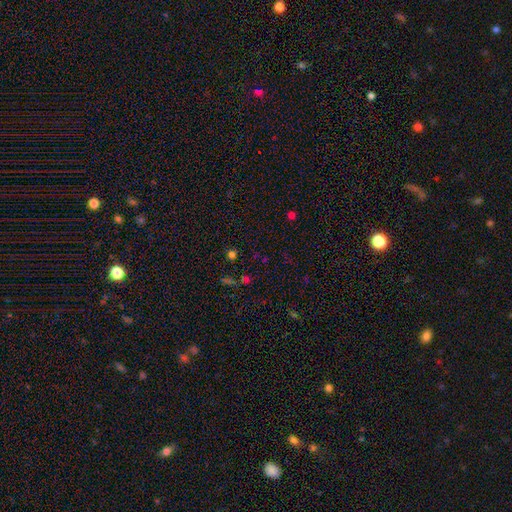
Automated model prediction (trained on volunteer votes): Smooth or featured? Predicted: star or artifact (p=0.48).